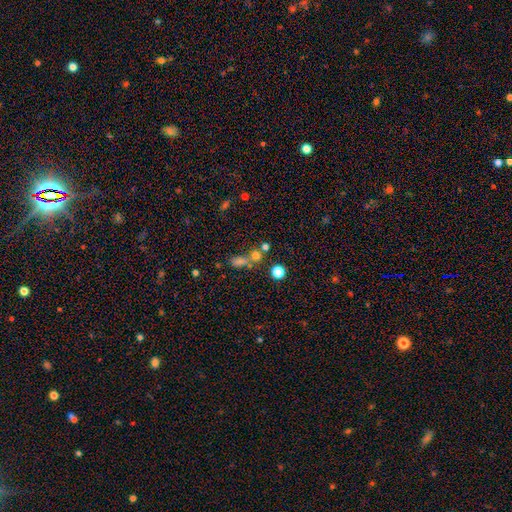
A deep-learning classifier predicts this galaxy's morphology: smooth_or_featured: smooth (p=0.63) [alt: star or artifact p=0.26]
how_rounded: round (p=0.75) [alt: in between p=0.21]
merging: none (p=0.50) [alt: merger p=0.36]